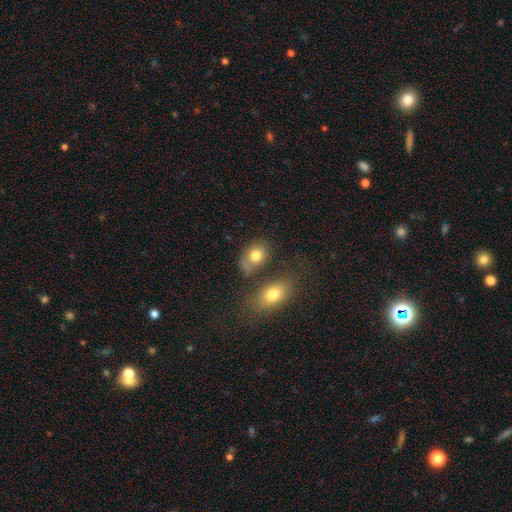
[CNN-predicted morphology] Smooth or featured? smooth (76%)
How rounded? in between (64%)
Merging? none (49%)